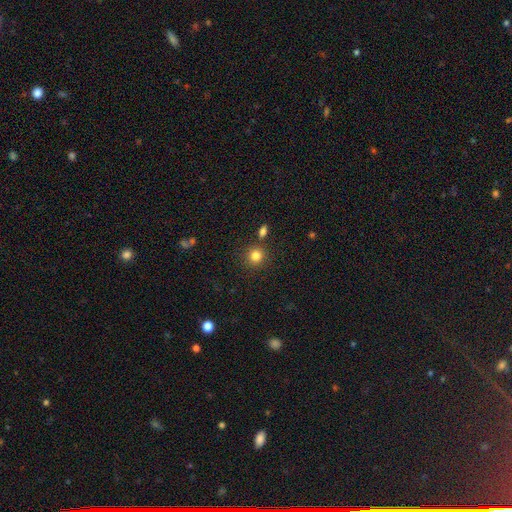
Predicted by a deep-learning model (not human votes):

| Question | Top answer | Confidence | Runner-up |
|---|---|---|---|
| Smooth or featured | smooth | 82% | star or artifact (12%) |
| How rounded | round | 90% | in between (9%) |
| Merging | none | 82% | minor disturbance (8%) |